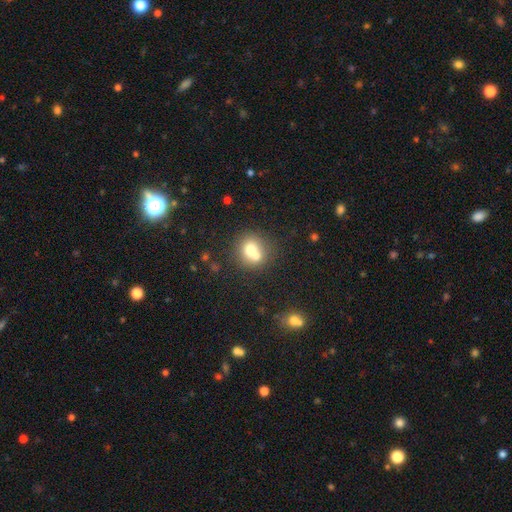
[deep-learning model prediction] smooth-or-featured: smooth: 69% | featured or disk: 20% | star or artifact: 12%
  how-rounded: round: 84% | in between: 15% | cigar-shaped: 1%
  merging: merger: 47% | none: 43% | minor disturbance: 7% | major disturbance: 3%